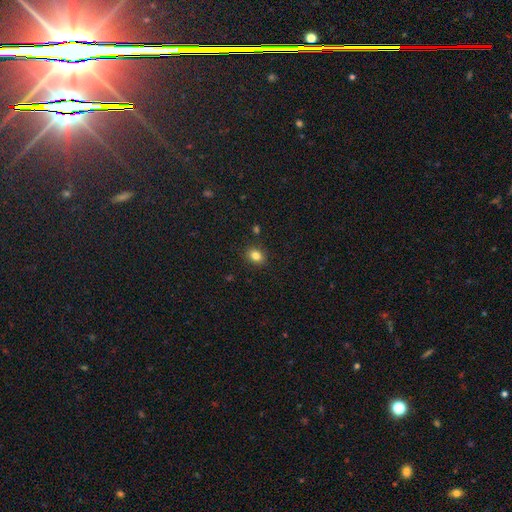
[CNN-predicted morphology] The model was most divided on "how rounded": in between: 54%, round: 45%, cigar-shaped: 1%. More confident: merging — none (87%); smooth or featured — smooth (83%).